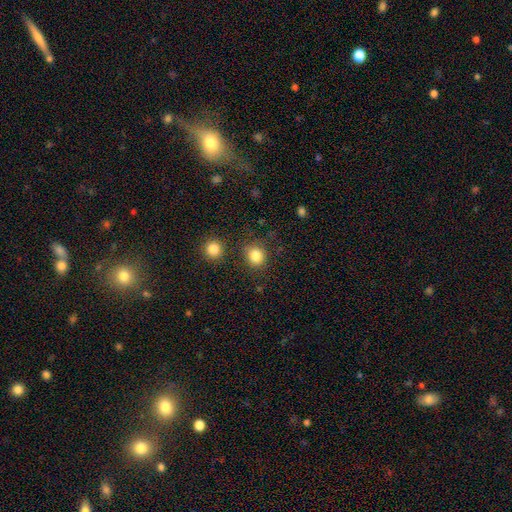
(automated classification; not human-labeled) This is clearly a smooth galaxy (84%). How rounded: likely round (77%). Merging: clearly none (81%).